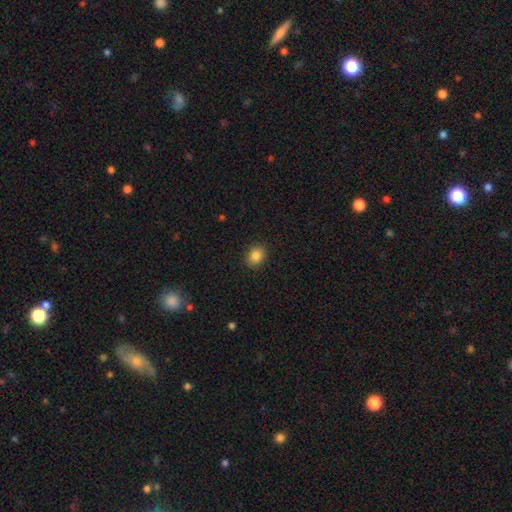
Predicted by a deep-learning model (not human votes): smooth 85%, star or artifact 10%, featured or disk 5%. Down the decision tree: how rounded — in between (51%); merging — none (89%).